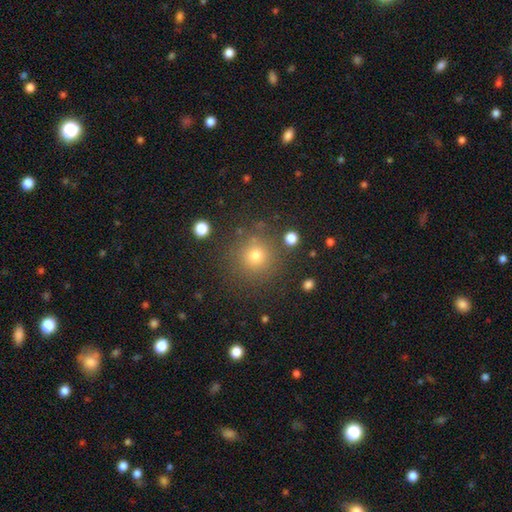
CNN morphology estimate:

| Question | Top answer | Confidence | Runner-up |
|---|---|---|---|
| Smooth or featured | smooth | 75% | star or artifact (17%) |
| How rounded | round | 95% | in between (4%) |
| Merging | none | 85% | minor disturbance (8%) |